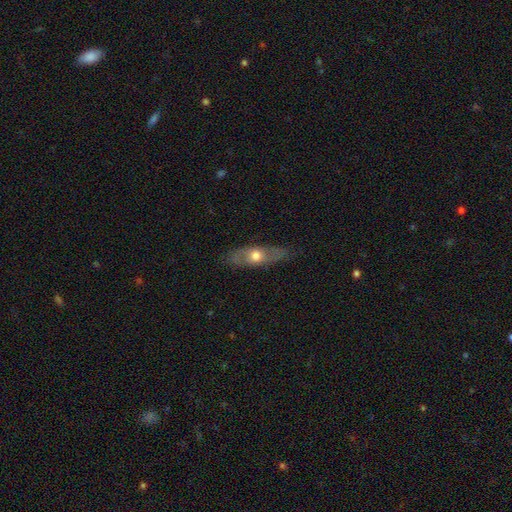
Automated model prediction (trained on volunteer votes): Smooth or featured: smooth — 48% (featured or disk — 46%)
Merging: none — 82% (minor disturbance — 14%)